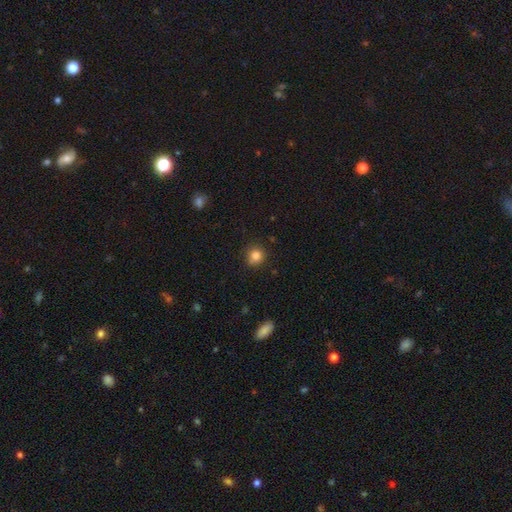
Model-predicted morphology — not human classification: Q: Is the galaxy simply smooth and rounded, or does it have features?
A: smooth — 83%.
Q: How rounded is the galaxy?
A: round — 89%.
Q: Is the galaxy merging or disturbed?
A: none — 86%.